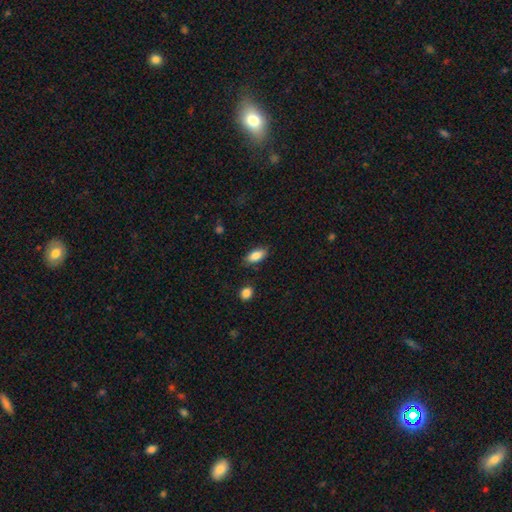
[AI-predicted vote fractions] This is clearly a smooth galaxy (86%). How rounded: clearly in between (87%). Merging: clearly none (81%).